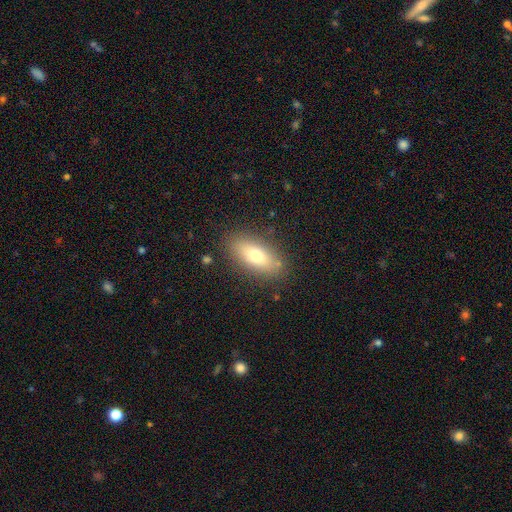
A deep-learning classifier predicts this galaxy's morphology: Overall: smooth (71%). How rounded: in between (82%). Merging: none (85%).